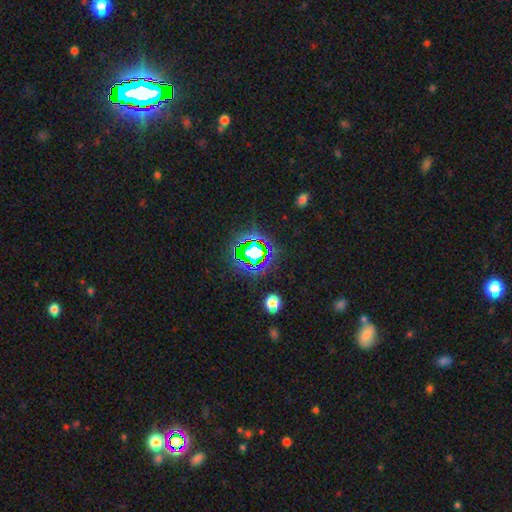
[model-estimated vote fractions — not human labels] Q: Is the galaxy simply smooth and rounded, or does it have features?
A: star or artifact — 69%.